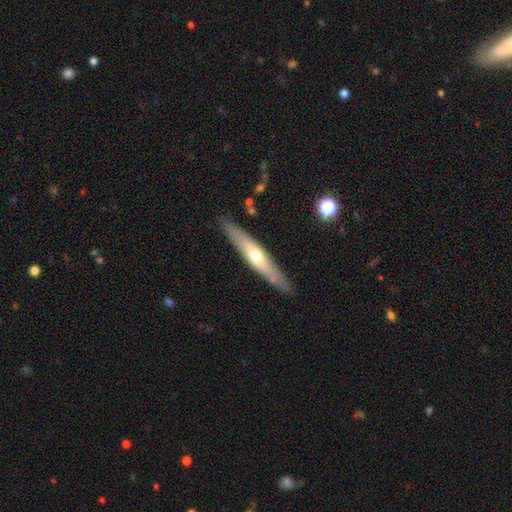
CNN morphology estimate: This is possibly a featured or disk galaxy (54%). It is clearly viewed edge-on (86%). Merging: clearly none (88%).